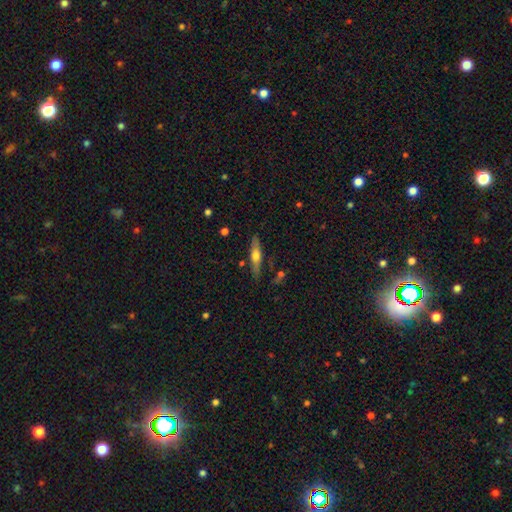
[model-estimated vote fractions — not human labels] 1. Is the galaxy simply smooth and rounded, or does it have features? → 53% featured or disk, 41% smooth, 6% star or artifact.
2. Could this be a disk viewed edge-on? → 91% yes, 9% no.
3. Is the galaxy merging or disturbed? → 82% none, 12% minor disturbance, 3% merger, 3% major disturbance.